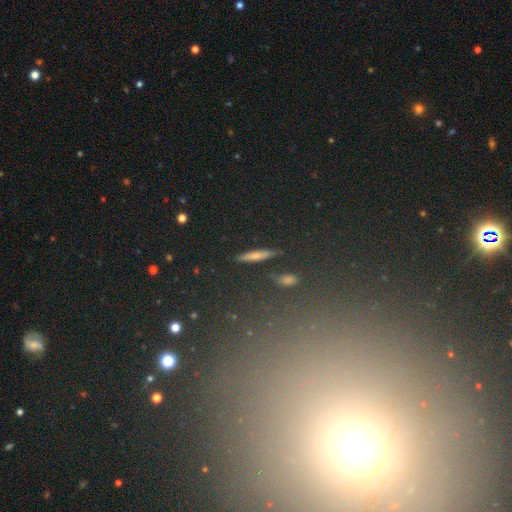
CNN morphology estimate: smooth_or_featured: smooth (p=0.65) [alt: featured or disk p=0.24]
how_rounded: cigar-shaped (p=0.88) [alt: in between p=0.09]
merging: none (p=0.85) [alt: minor disturbance p=0.10]